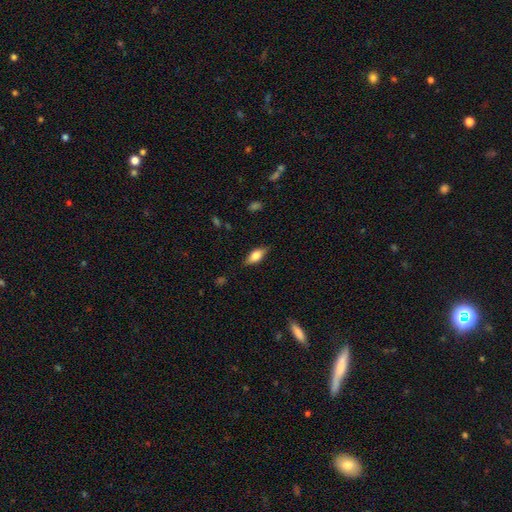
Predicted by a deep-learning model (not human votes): smooth-or-featured: smooth: 65% | featured or disk: 28% | star or artifact: 7%
  how-rounded: in between: 79% | cigar-shaped: 17% | round: 4%
  merging: none: 82% | minor disturbance: 14% | major disturbance: 3% | merger: 1%